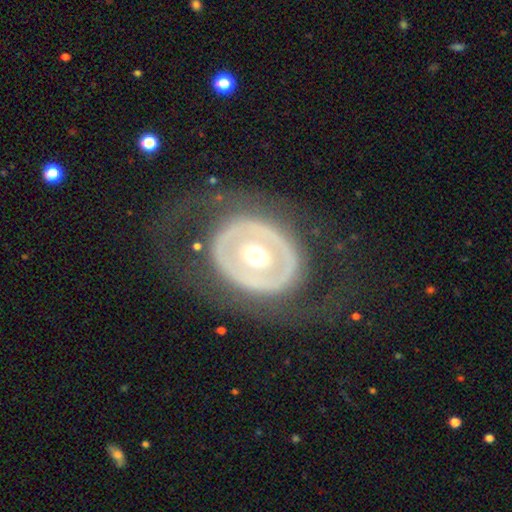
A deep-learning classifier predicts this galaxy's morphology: A featured or disk galaxy (70%) with no bar (69%), no spiral arms (85%) and a moderate central bulge (70%).

Vote fractions:
- Smooth or featured? featured or disk: 70% / smooth: 25% / star or artifact: 6%
- Edge-on disk? no: 93% / yes: 7%
- Bar? no: 69% / weak: 17% / strong: 14%
- Spiral arms? no: 85% / yes: 15%
- Bulge size? moderate: 70% / large: 19% / small: 8% / dominant: 2% / none: 1%
- Merging? none: 68% / major disturbance: 17% / minor disturbance: 14% / merger: 1%